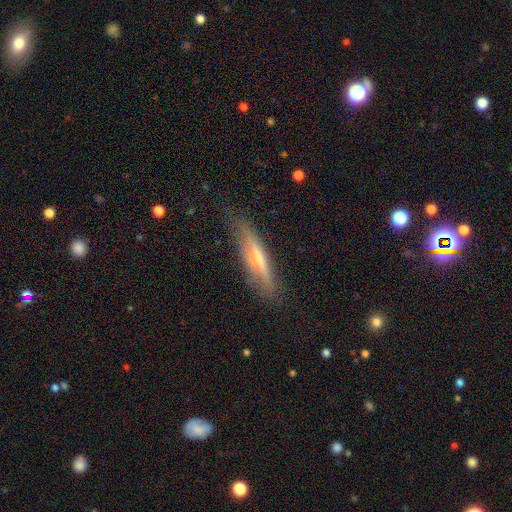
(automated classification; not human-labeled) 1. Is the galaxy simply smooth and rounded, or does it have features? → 54% featured or disk, 39% smooth, 7% star or artifact.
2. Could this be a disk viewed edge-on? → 90% yes, 10% no.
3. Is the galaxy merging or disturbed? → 74% none, 20% minor disturbance, 5% major disturbance, 2% merger.